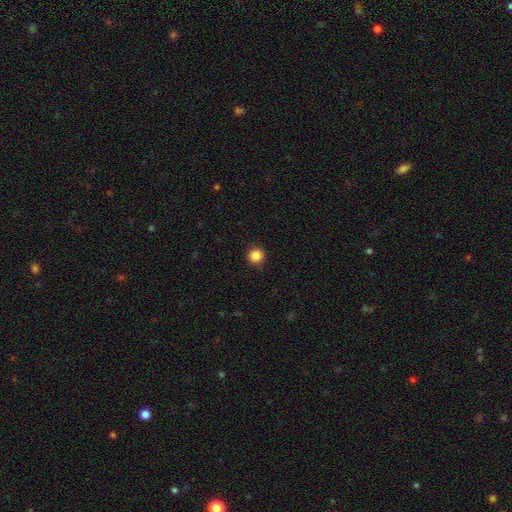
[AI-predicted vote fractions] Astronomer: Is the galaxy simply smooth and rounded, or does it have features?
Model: smooth — 86%.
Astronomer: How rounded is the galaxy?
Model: round — 95%.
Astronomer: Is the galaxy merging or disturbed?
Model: none — 91%.